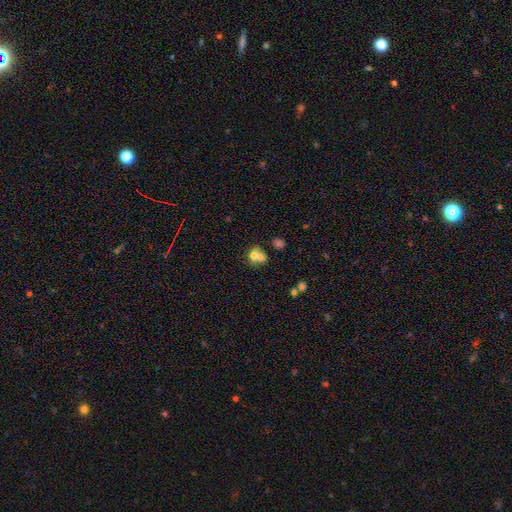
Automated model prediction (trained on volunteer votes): A smooth galaxy with no disk features (65%) that is round (66%). Merging: merger (62%).